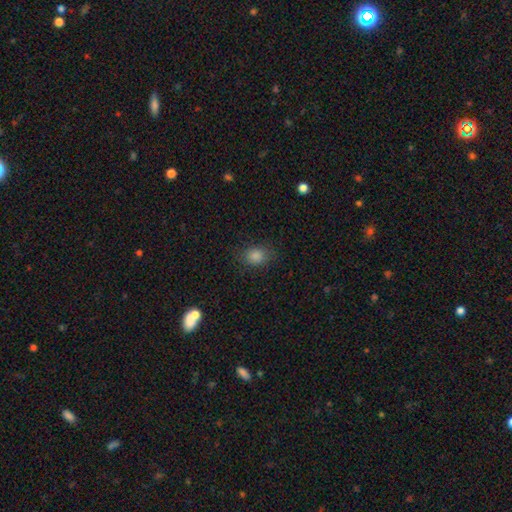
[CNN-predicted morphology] Smooth or featured? Predicted: smooth (p=0.82). How rounded? Predicted: in between (p=0.57). Merging? Predicted: none (p=0.82).